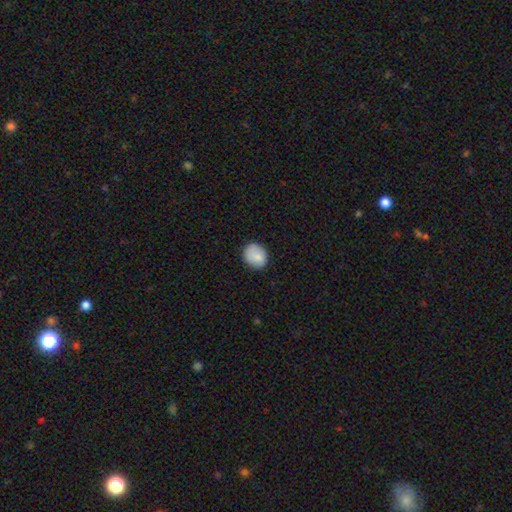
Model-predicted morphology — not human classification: smooth-or-featured: smooth: 83% | featured or disk: 9% | star or artifact: 8%
  how-rounded: round: 67% | in between: 32% | cigar-shaped: 1%
  merging: none: 81% | minor disturbance: 15% | major disturbance: 3% | merger: 1%